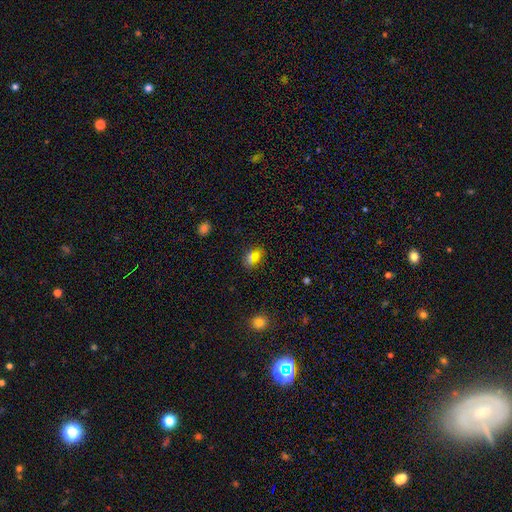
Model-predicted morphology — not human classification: A smooth galaxy with no disk features (67%) that is in between round and cigar-shaped (68%).

Vote fractions:
- Smooth or featured? smooth: 67% / star or artifact: 23% / featured or disk: 10%
- How rounded? in between: 68% / round: 28% / cigar-shaped: 4%
- Merging? none: 73% / minor disturbance: 12% / merger: 10% / major disturbance: 4%